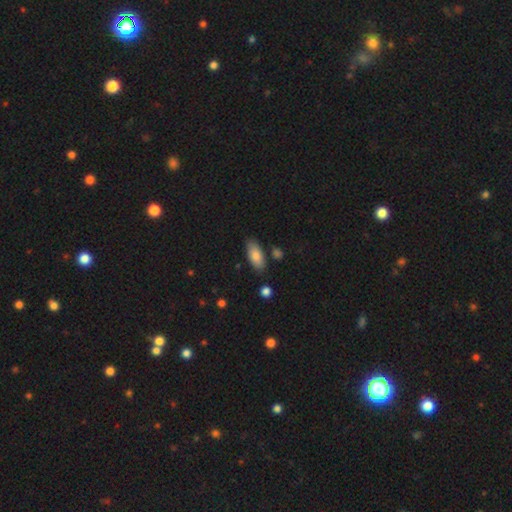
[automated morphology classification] Smooth or featured? Predicted: smooth (p=0.82). How rounded? Predicted: in between (p=0.85). Merging? Predicted: none (p=0.82).